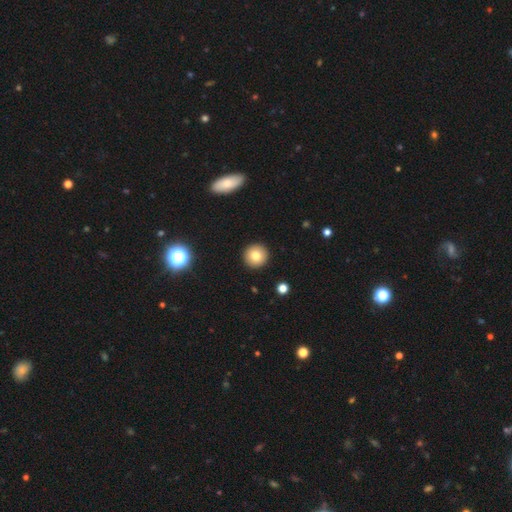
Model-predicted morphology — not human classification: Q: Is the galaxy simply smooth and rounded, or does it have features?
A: smooth — 79%.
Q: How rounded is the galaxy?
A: round — 95%.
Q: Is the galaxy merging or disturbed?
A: none — 93%.